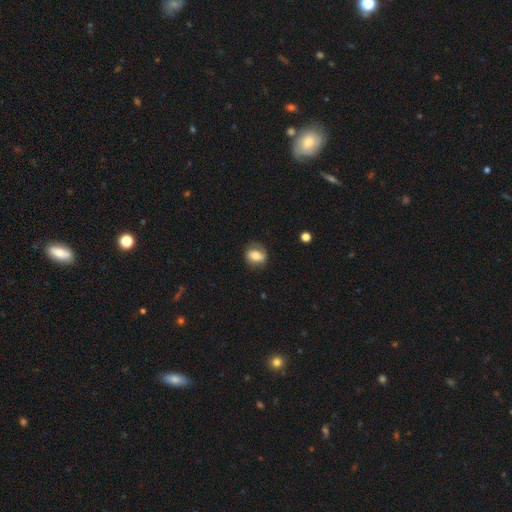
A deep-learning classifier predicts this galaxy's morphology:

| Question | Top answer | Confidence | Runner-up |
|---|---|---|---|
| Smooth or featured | smooth | 63% | featured or disk (29%) |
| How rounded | in between | 61% | round (37%) |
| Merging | none | 69% | minor disturbance (21%) |